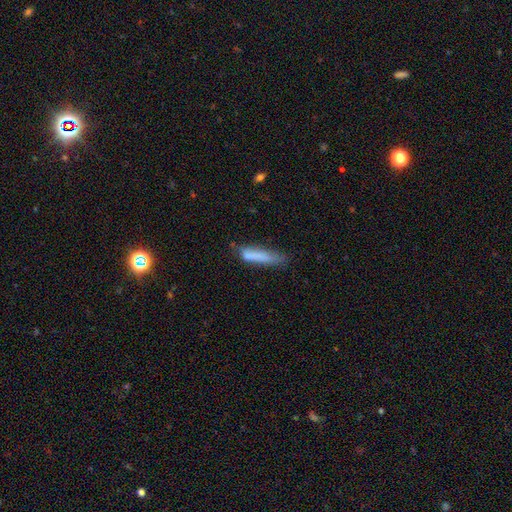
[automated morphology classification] Overall: smooth (73%). How rounded: cigar-shaped (85%). Merging: none (52%; minor disturbance 30%).